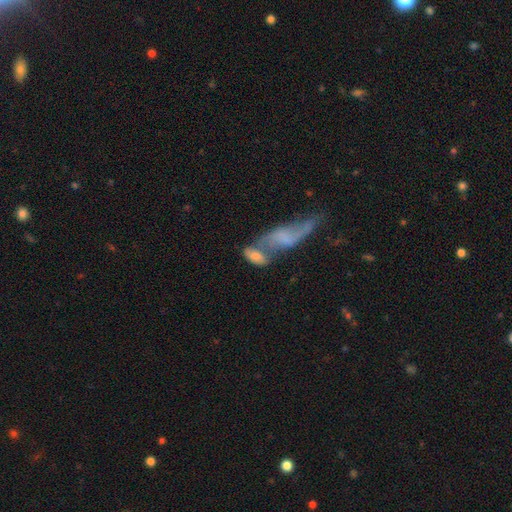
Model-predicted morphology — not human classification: Smooth or featured? Predicted: smooth (p=0.58). How rounded? Predicted: in between (p=0.81). Merging? Predicted: merger (p=0.60).